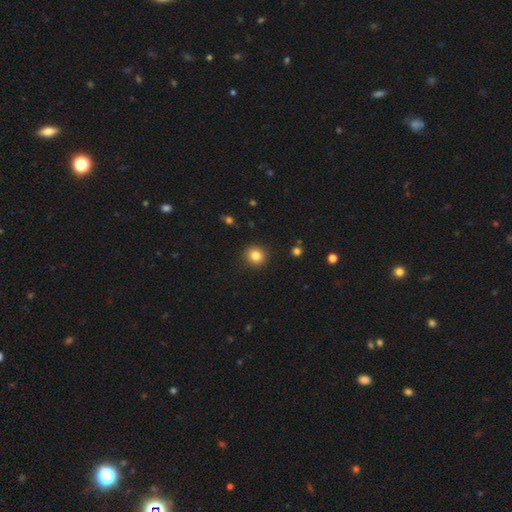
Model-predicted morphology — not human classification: Overall: smooth (84%). How rounded: round (86%). Merging: none (91%).